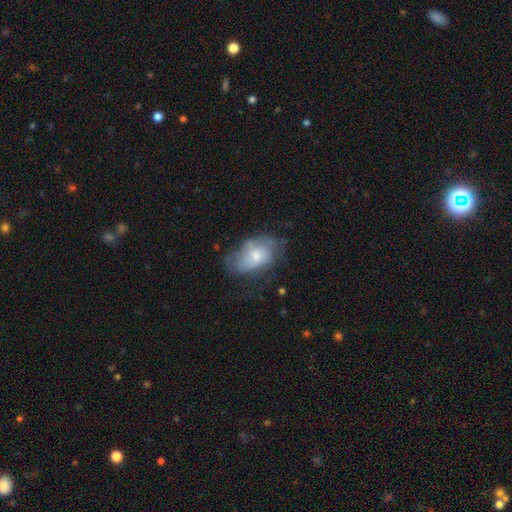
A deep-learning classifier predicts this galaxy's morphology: The model was most divided on "smooth or featured": smooth: 49%, featured or disk: 42%, star or artifact: 9%. Remaining: merging — none (50%).